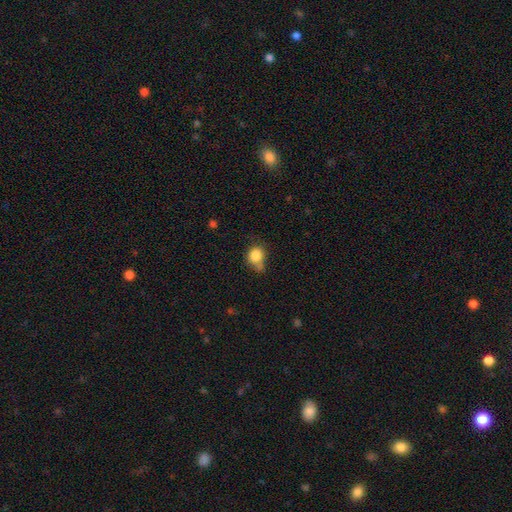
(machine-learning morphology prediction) smooth 83%, star or artifact 10%, featured or disk 7%. Down the decision tree: how rounded — round (74%); merging — none (47%).